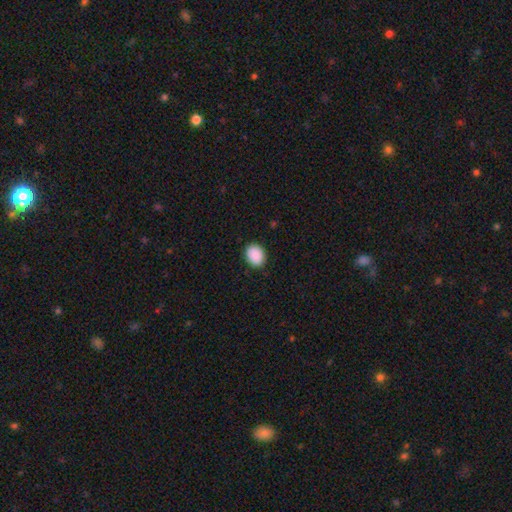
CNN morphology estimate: smooth-or-featured: smooth: 90% | star or artifact: 7% | featured or disk: 2%
  how-rounded: in between: 55% | round: 44% | cigar-shaped: 1%
  merging: none: 89% | minor disturbance: 8% | major disturbance: 2% | merger: 1%